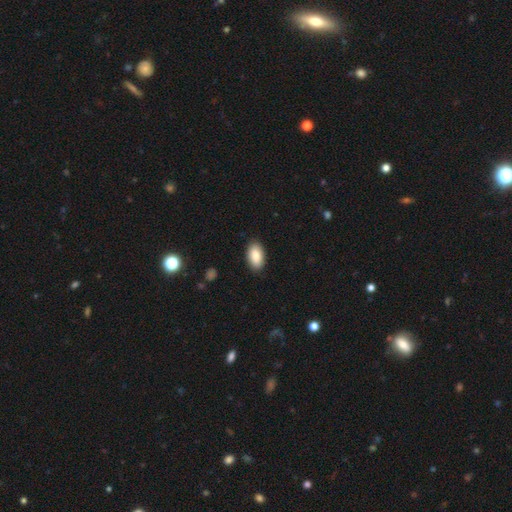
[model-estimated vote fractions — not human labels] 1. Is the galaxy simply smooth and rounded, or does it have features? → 86% smooth, 8% featured or disk, 6% star or artifact.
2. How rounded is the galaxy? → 95% in between, 3% round, 2% cigar-shaped.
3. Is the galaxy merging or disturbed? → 87% none, 10% minor disturbance, 2% major disturbance, 1% merger.